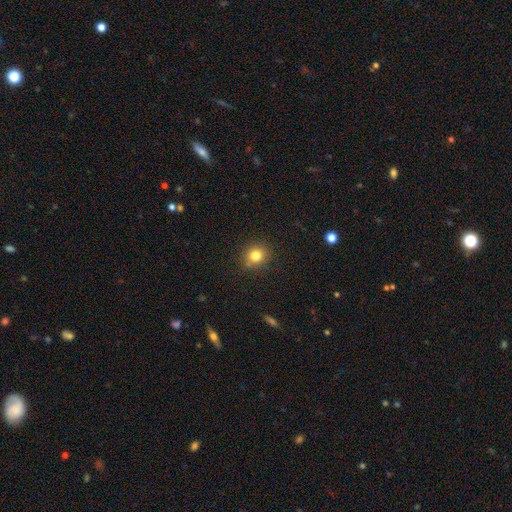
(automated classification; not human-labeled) A smooth galaxy with no disk features (81%) that is round (80%).

Vote fractions:
- Smooth or featured? smooth: 81% / star or artifact: 12% / featured or disk: 7%
- How rounded? round: 80% / in between: 19% / cigar-shaped: 1%
- Merging? none: 86% / minor disturbance: 10% / major disturbance: 3% / merger: 2%